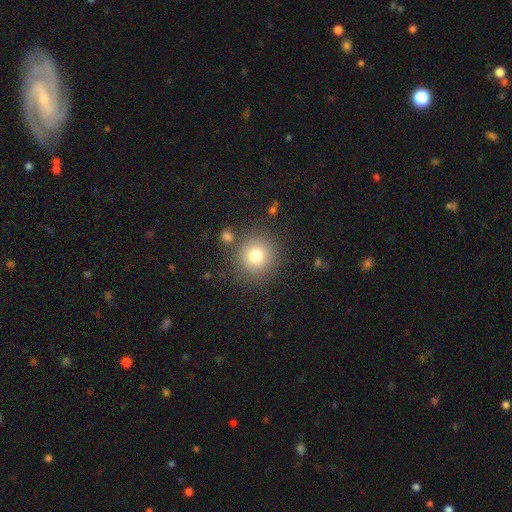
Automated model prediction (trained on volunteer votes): This is likely a smooth galaxy (78%). How rounded: clearly round (92%). Merging: clearly none (81%).